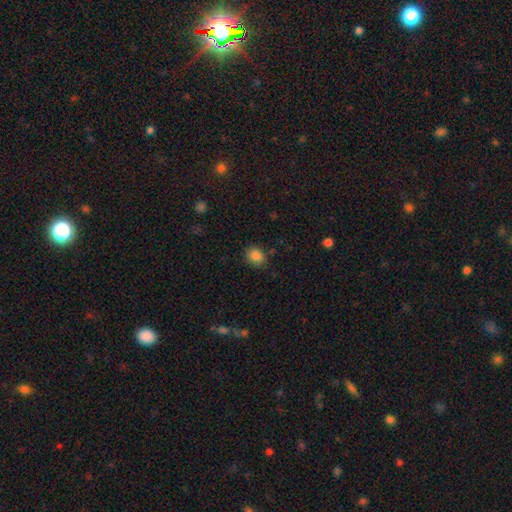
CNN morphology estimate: smooth-or-featured: smooth: 85% | star or artifact: 11% | featured or disk: 4%
  how-rounded: round: 65% | in between: 34% | cigar-shaped: 1%
  merging: none: 83% | minor disturbance: 12% | major disturbance: 3% | merger: 2%